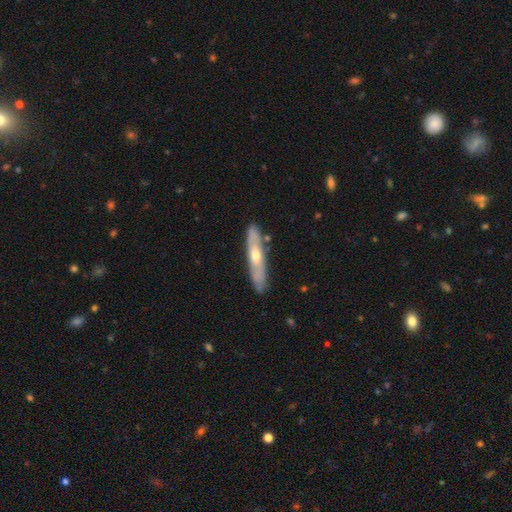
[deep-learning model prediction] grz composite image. It shows a featured or disk galaxy (59%) viewed edge-on (66%). Merging: none (84%).